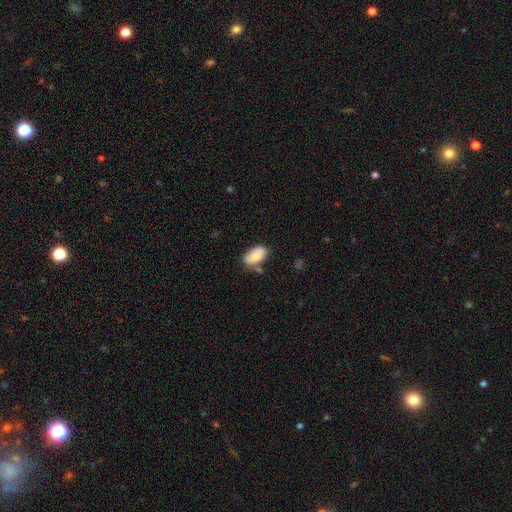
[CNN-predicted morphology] smooth-or-featured: smooth: 79% | featured or disk: 15% | star or artifact: 7%
  how-rounded: in between: 94% | round: 4% | cigar-shaped: 3%
  merging: none: 64% | minor disturbance: 22% | merger: 8% | major disturbance: 5%